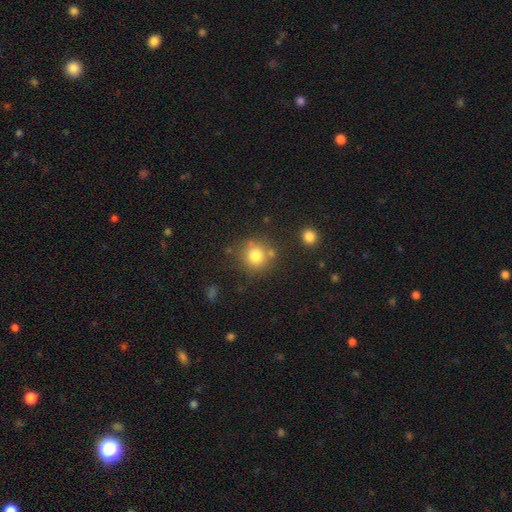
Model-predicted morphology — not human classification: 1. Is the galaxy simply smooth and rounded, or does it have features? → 79% smooth, 12% star or artifact, 9% featured or disk.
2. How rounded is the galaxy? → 89% round, 10% in between, 1% cigar-shaped.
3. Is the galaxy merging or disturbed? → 73% none, 12% minor disturbance, 10% merger, 4% major disturbance.